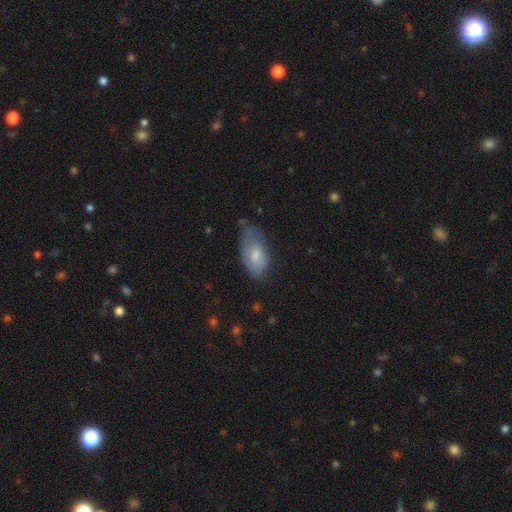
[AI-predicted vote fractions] This is likely a smooth galaxy (71%). How rounded: clearly in between (92%). Merging: possibly none (48%).